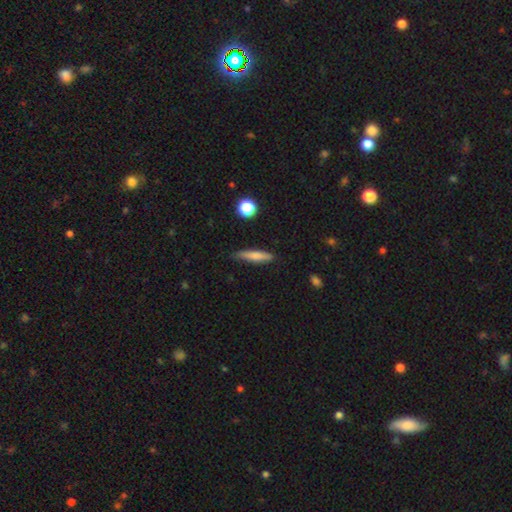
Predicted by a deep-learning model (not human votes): Smooth or featured: smooth — 71% (featured or disk — 22%)
How rounded: cigar-shaped — 85% (in between — 13%)
Merging: none — 79% (minor disturbance — 17%)